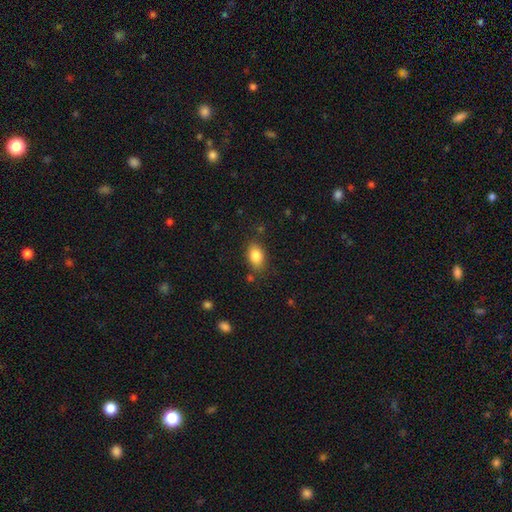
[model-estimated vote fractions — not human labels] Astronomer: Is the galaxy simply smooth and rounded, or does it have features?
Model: smooth — 84%.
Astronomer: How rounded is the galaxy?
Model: in between — 84%.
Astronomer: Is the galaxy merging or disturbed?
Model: none — 79%.